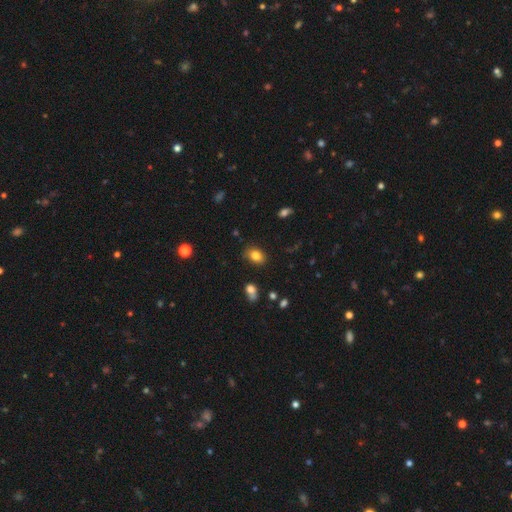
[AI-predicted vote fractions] Overall: smooth (81%). How rounded: in between (75%). Merging: none (82%).